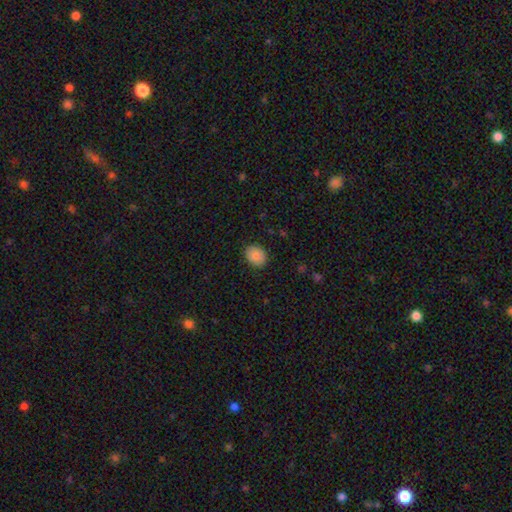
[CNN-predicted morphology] type=smooth (89%); roundness=round (51%); merging=none (88%).